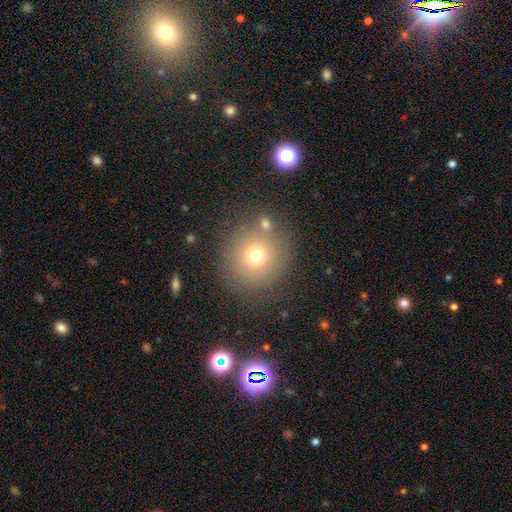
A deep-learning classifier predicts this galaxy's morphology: Smooth or featured?
  - smooth: 70% *
  - star or artifact: 17%
  - featured or disk: 13%
How rounded?
  - round: 92% *
  - in between: 7%
  - cigar-shaped: 1%
Merging?
  - none: 80% *
  - minor disturbance: 9%
  - merger: 7%
  - major disturbance: 4%